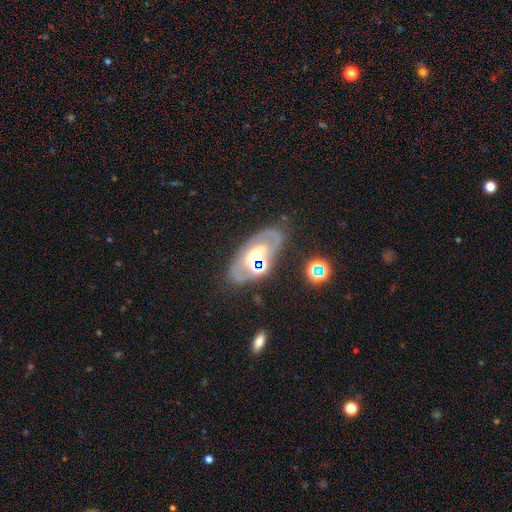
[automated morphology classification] featured or disk 69%, smooth 21%, star or artifact 10%. Down the decision tree: edge-on disk — no (91%); bar — no (57%); spiral arms — yes (54%); bulge size — moderate (61%); merging — none (72%).